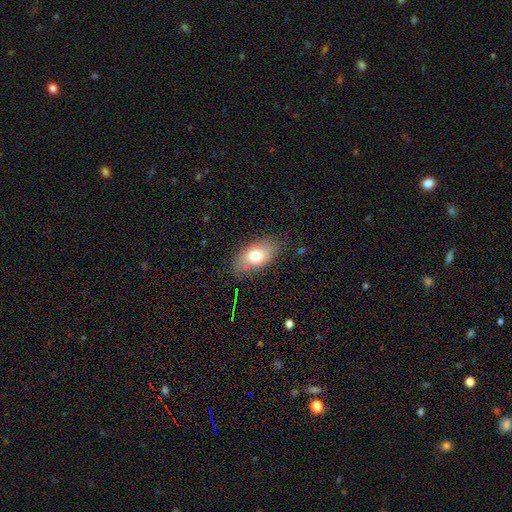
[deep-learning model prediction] smooth 74%, featured or disk 18%, star or artifact 8%. Down the decision tree: how rounded — in between (91%); merging — none (80%).